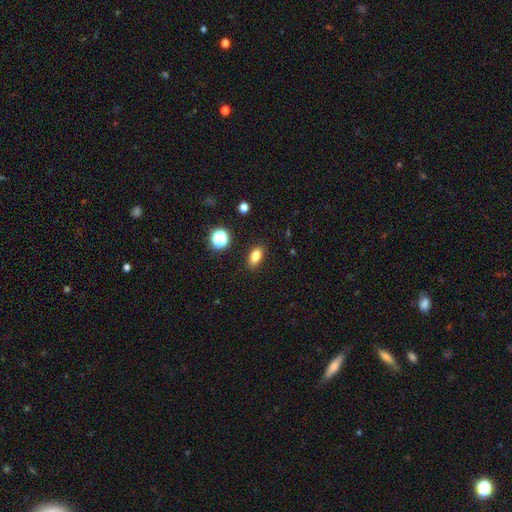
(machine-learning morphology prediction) A smooth galaxy with no disk features (81%) that is in between round and cigar-shaped (84%). Merging: none (87%).